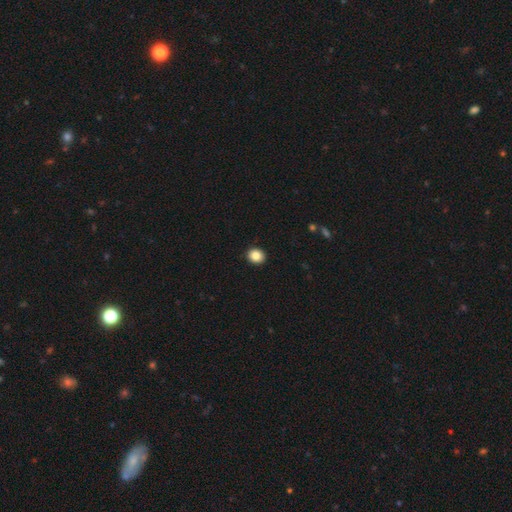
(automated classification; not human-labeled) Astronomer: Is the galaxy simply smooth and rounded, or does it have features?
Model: smooth — 86%.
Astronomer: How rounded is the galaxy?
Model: round — 74%.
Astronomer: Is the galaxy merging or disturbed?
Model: none — 93%.